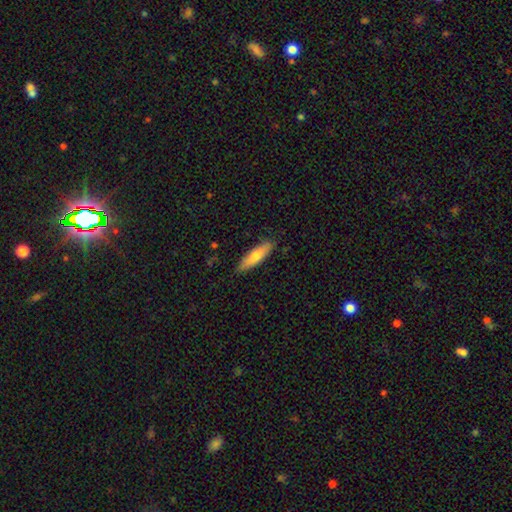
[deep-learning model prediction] Smooth or featured? smooth (70%)
How rounded? cigar-shaped (66%)
Merging? none (86%)